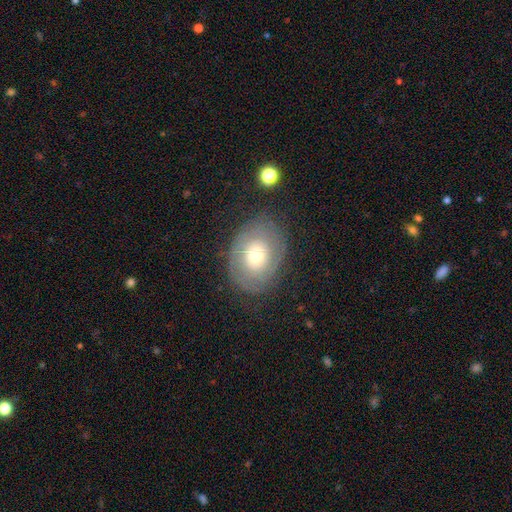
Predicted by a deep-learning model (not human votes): A featured or disk galaxy (56%) with no bar (85%), spiral arms (64%) and a moderate central bulge (58%).

Vote fractions:
- Smooth or featured? featured or disk: 56% / smooth: 35% / star or artifact: 8%
- Edge-on disk? no: 95% / yes: 5%
- Bar? no: 85% / weak: 12% / strong: 3%
- Spiral arms? yes: 64% / no: 36%
- Bulge size? moderate: 58% / small: 31% / large: 7% / dominant: 2% / none: 1%
- Merging? none: 76% / minor disturbance: 16% / major disturbance: 7% / merger: 2%